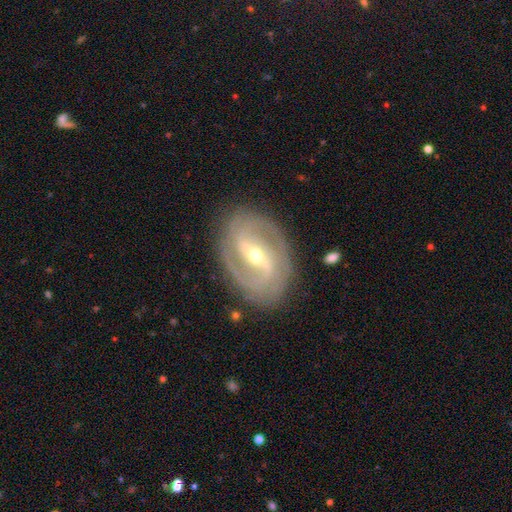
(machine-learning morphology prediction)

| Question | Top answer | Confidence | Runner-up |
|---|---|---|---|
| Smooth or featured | featured or disk | 89% | smooth (6%) |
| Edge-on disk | no | 96% | yes (4%) |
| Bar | strong | 49% | weak (38%) |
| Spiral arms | yes | 95% | no (5%) |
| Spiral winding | tight | 45% | medium (43%) |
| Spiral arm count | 2 | 68% | 3 (13%) |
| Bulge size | small | 53% | moderate (44%) |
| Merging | none | 83% | minor disturbance (12%) |